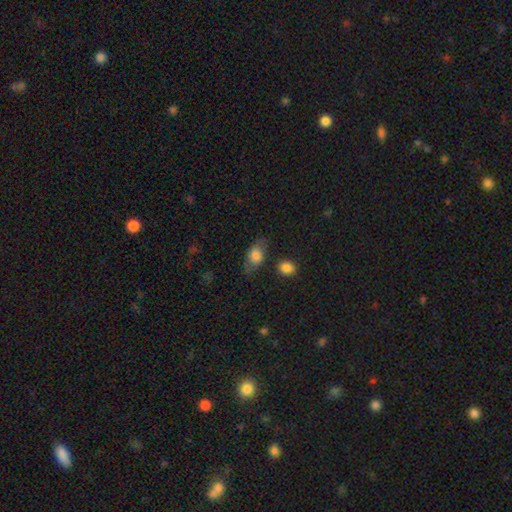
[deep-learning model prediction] Smooth or featured: smooth — 74% (featured or disk — 18%)
How rounded: in between — 78% (round — 15%)
Merging: none — 66% (minor disturbance — 21%)